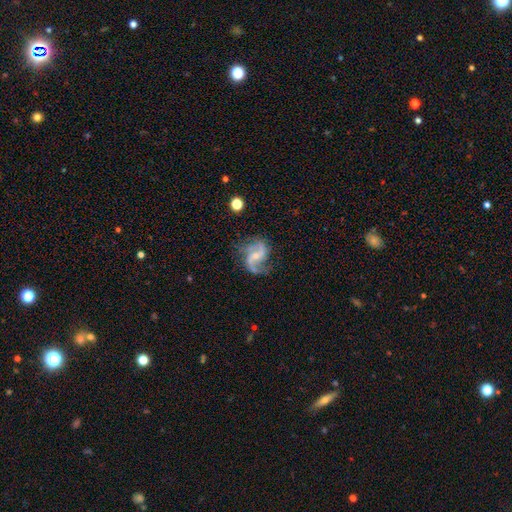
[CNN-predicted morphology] Smooth or featured? Predicted: featured or disk (p=0.88). Edge-on disk? Predicted: no (p=0.98). Bar? Predicted: weak (p=0.42). Spiral arms? Predicted: yes (p=0.97). Spiral winding? Predicted: loose (p=0.57). Spiral arm count? Predicted: 2 (p=0.89). Bulge size? Predicted: small (p=0.61). Merging? Predicted: none (p=0.68).